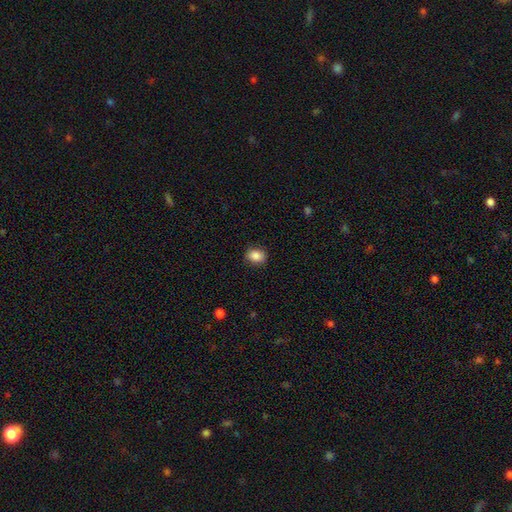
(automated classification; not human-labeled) Smooth or featured? smooth (86%)
How rounded? in between (55%)
Merging? none (86%)